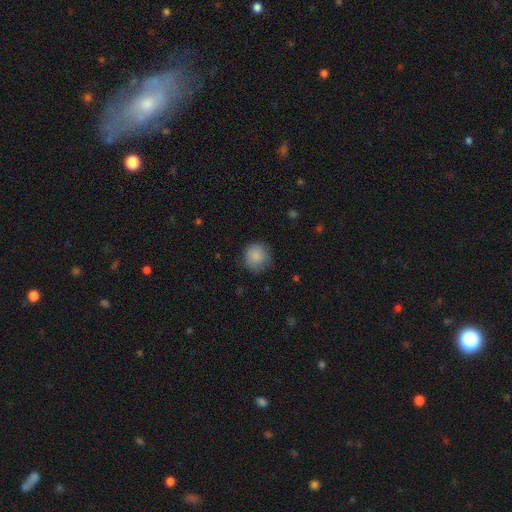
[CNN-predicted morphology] A smooth galaxy with no disk features (87%) that is round (88%). Merging: none (78%).